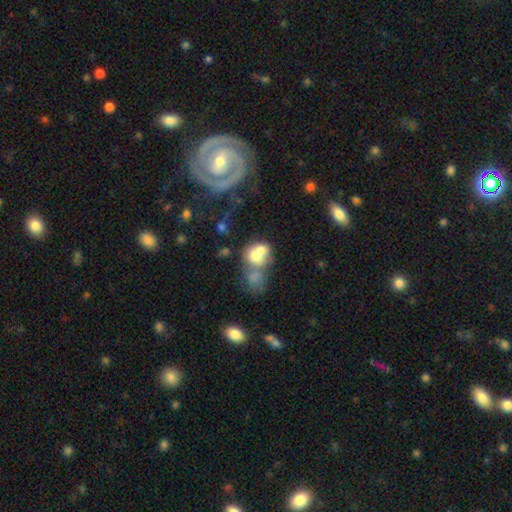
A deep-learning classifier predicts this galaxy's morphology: type=smooth (59%); roundness=round (55%); merging=merger (69%).